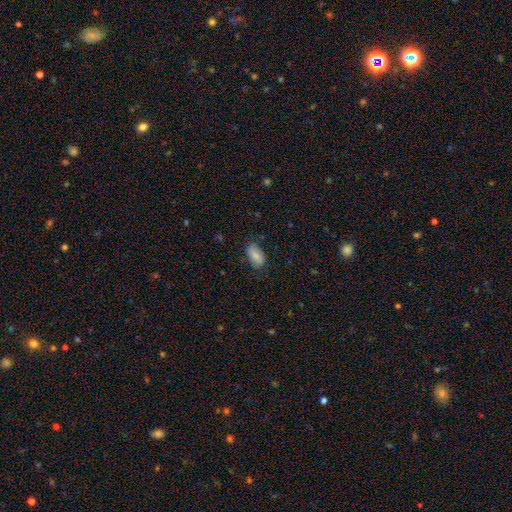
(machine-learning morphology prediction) This is likely a smooth galaxy (78%). How rounded: clearly in between (93%). Merging: likely none (74%).